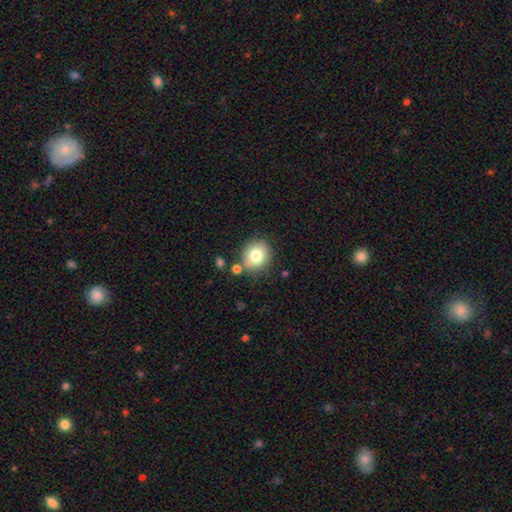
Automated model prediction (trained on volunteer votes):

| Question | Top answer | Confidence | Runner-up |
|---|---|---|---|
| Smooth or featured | smooth | 78% | featured or disk (11%) |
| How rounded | round | 77% | in between (22%) |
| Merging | none | 78% | minor disturbance (12%) |